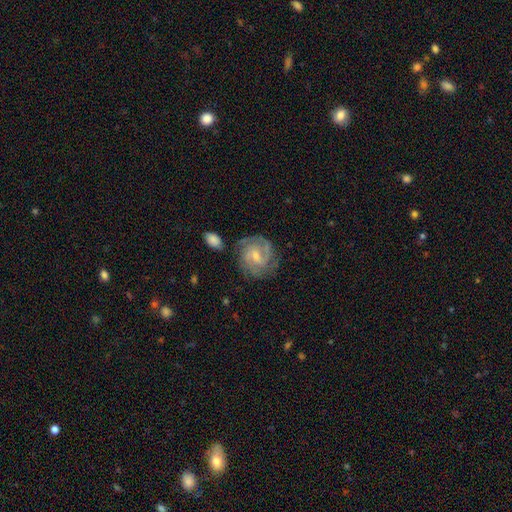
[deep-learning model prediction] Q: Smooth or featured?
A: featured or disk (83%); runner-up: smooth (10%)
Q: Edge-on disk?
A: no (98%); runner-up: yes (2%)
Q: Bar?
A: weak (52%); runner-up: no (35%)
Q: Spiral arms?
A: yes (96%); runner-up: no (4%)
Q: Spiral winding?
A: tight (60%); runner-up: medium (33%)
Q: Spiral arm count?
A: 2 (37%); runner-up: 3 (29%)
Q: Bulge size?
A: small (56%); runner-up: moderate (38%)
Q: Merging?
A: none (76%); runner-up: minor disturbance (15%)